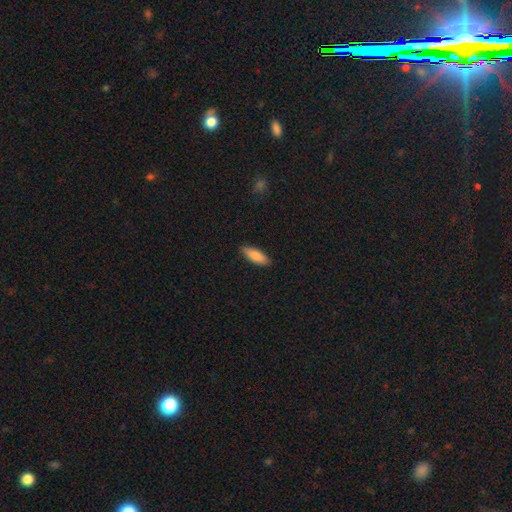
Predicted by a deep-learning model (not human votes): Smooth or featured? smooth (85%)
How rounded? in between (61%)
Merging? none (88%)